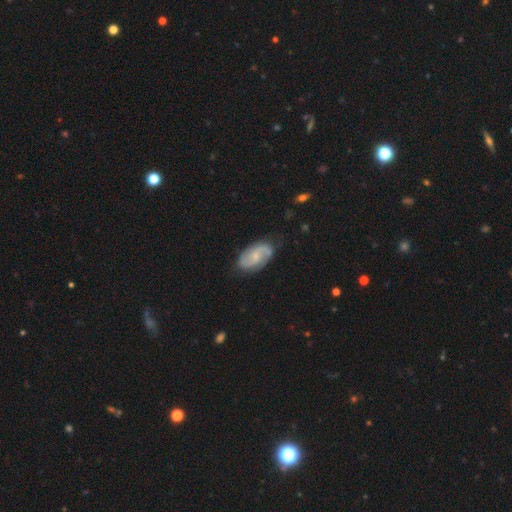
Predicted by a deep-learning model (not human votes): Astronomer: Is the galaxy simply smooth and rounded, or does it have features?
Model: featured or disk — 76%.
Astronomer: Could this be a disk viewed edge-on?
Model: no — 97%.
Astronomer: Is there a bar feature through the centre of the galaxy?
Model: no — 52% (runner-up: weak, 41%).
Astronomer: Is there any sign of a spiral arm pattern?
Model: yes — 95%.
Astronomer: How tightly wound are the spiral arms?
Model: medium — 48% (runner-up: loose, 26%).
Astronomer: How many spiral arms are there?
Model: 2 — 87%.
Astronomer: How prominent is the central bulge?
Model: small — 56%.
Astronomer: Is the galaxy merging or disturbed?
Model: none — 78%.